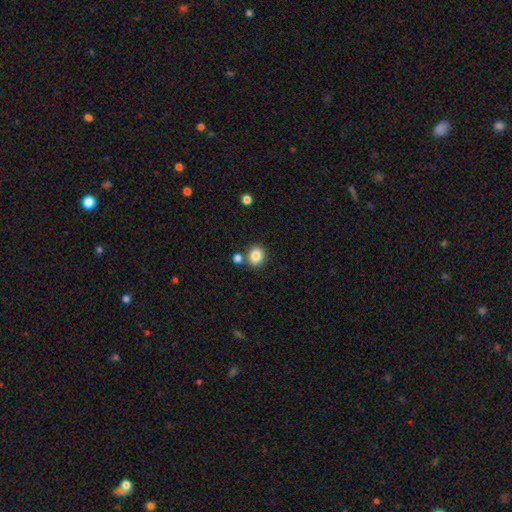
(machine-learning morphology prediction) The model was most divided on "how rounded": round: 78%, in between: 21%, cigar-shaped: 1%. More confident: smooth or featured — smooth (85%); merging — none (75%).